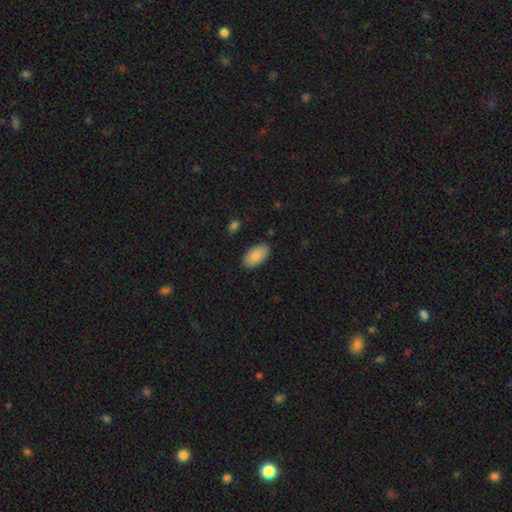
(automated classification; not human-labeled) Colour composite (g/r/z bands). It shows a smooth galaxy with no disk features (88%) that is in between round and cigar-shaped (95%). Merging: none (85%).